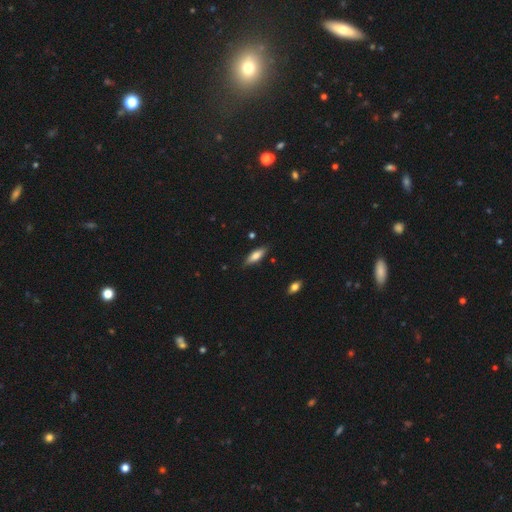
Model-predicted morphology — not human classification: type=smooth (73%); roundness=in between (55%); merging=none (83%).